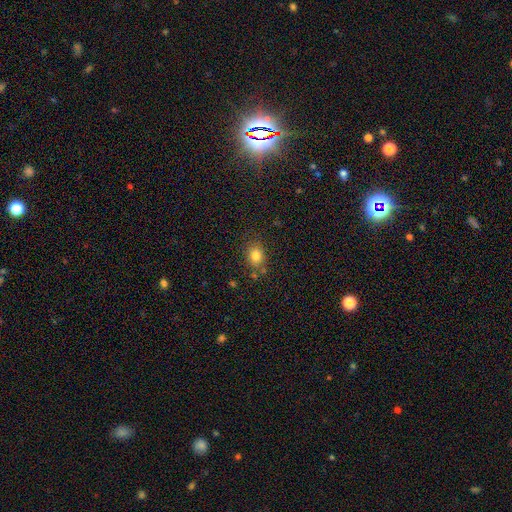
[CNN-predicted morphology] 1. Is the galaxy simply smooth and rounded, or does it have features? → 81% smooth, 12% star or artifact, 7% featured or disk.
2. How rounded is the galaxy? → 51% round, 47% in between, 1% cigar-shaped.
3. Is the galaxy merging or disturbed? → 75% none, 15% minor disturbance, 6% merger, 4% major disturbance.